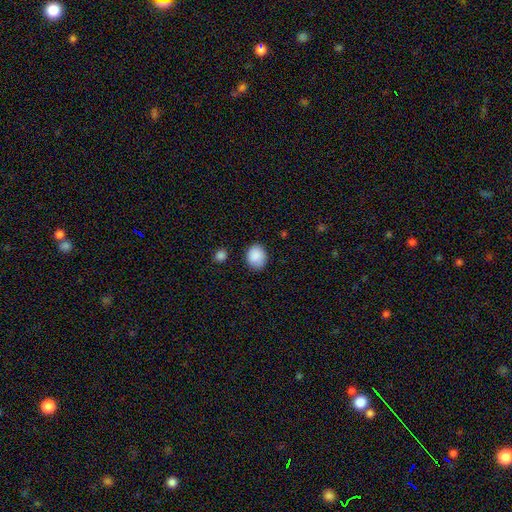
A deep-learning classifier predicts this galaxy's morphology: A smooth galaxy with no disk features (89%) that is round (56%).

Vote fractions:
- Smooth or featured? smooth: 89% / star or artifact: 7% / featured or disk: 4%
- How rounded? round: 56% / in between: 43% / cigar-shaped: 1%
- Merging? none: 81% / minor disturbance: 14% / major disturbance: 3% / merger: 2%